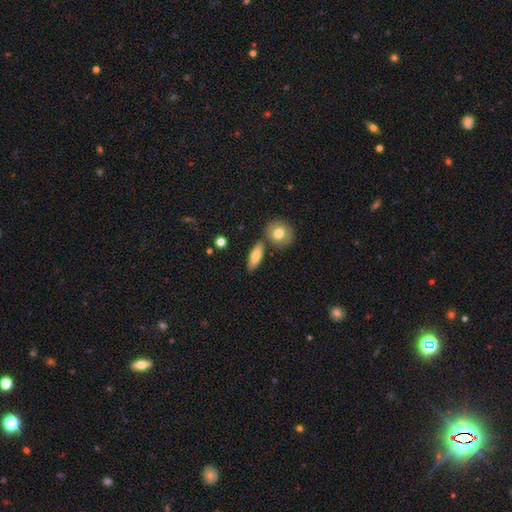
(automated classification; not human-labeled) Smooth or featured?
  - smooth: 77% *
  - featured or disk: 17%
  - star or artifact: 6%
How rounded?
  - in between: 63% *
  - cigar-shaped: 31%
  - round: 6%
Merging?
  - none: 73% *
  - merger: 13%
  - minor disturbance: 11%
  - major disturbance: 3%